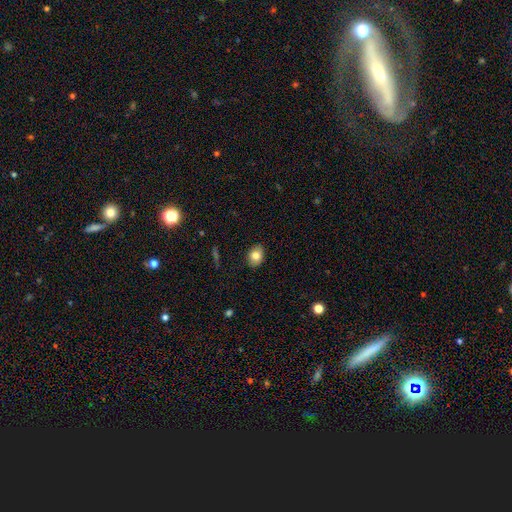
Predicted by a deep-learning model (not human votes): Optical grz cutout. It shows a smooth galaxy with no disk features (80%) that is in between round and cigar-shaped (68%). Merging: none (87%).